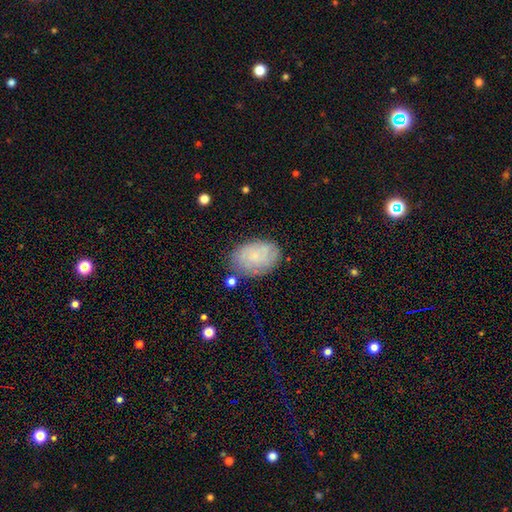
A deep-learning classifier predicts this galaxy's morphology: Q: Smooth or featured?
A: smooth (58%); runner-up: featured or disk (33%)
Q: How rounded?
A: in between (86%); runner-up: round (13%)
Q: Merging?
A: none (73%); runner-up: minor disturbance (18%)